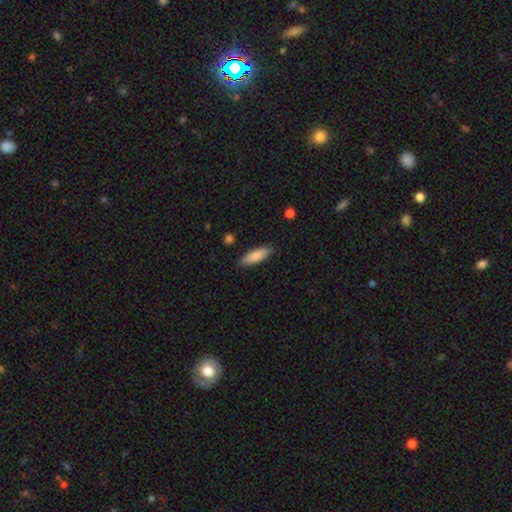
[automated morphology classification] Overall: smooth (84%). How rounded: cigar-shaped (50%; in between 48%). Merging: none (87%).